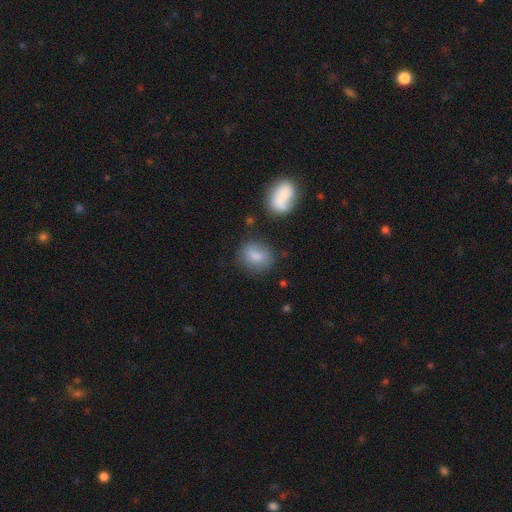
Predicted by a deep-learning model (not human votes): A smooth galaxy with no disk features (80%) that is in between round and cigar-shaped (50%). Merging: none (67%).